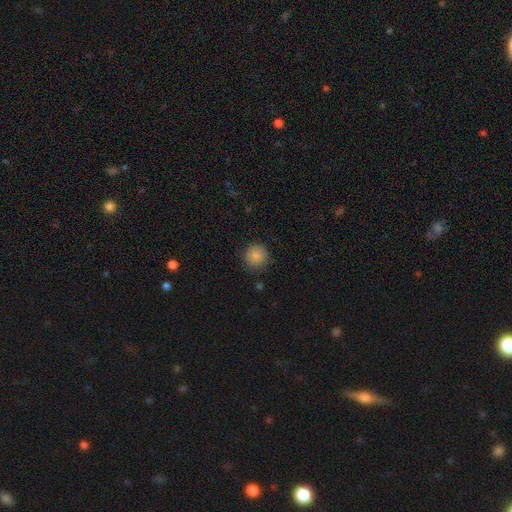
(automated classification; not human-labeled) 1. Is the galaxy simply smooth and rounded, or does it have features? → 85% smooth, 9% star or artifact, 6% featured or disk.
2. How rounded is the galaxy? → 93% round, 6% in between, 1% cigar-shaped.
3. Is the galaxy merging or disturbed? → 85% none, 11% minor disturbance, 3% major disturbance, 1% merger.